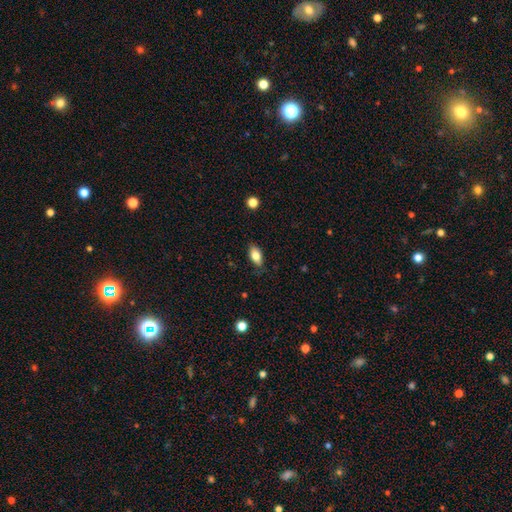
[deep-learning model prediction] Smooth or featured: smooth — 78% (featured or disk — 14%)
How rounded: in between — 88% (cigar-shaped — 7%)
Merging: none — 82% (minor disturbance — 14%)